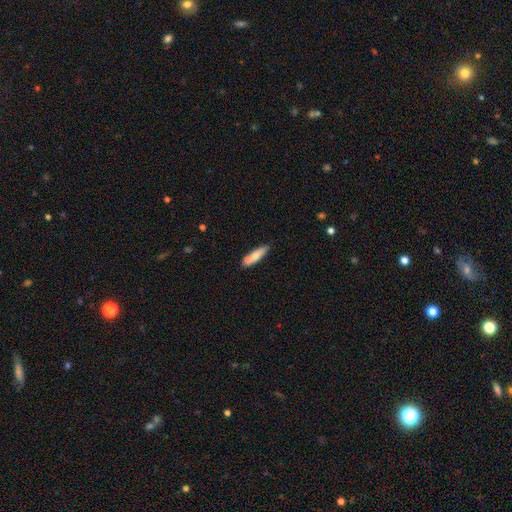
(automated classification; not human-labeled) Smooth or featured?
  - smooth: 69% *
  - featured or disk: 25%
  - star or artifact: 6%
How rounded?
  - cigar-shaped: 67% *
  - in between: 31%
  - round: 2%
Merging?
  - none: 61% *
  - merger: 20%
  - minor disturbance: 15%
  - major disturbance: 3%